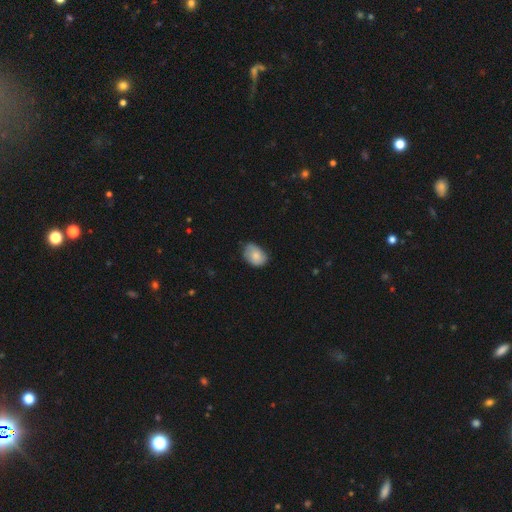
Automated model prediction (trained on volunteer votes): smooth-or-featured: smooth: 80% | featured or disk: 12% | star or artifact: 7%
  how-rounded: in between: 77% | round: 22% | cigar-shaped: 1%
  merging: none: 64% | minor disturbance: 30% | major disturbance: 5% | merger: 1%